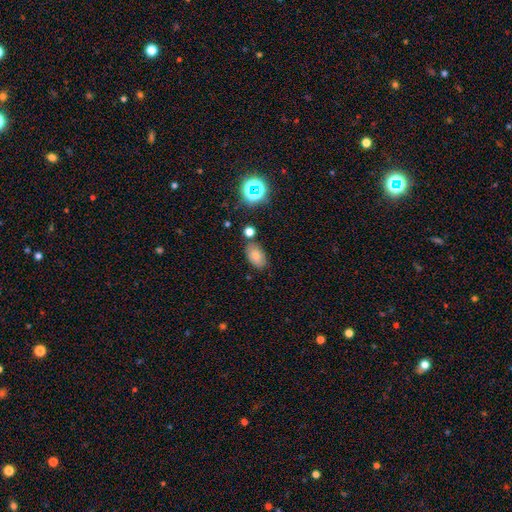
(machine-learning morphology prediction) Overall: smooth (76%). How rounded: in between (90%). Merging: none (76%).